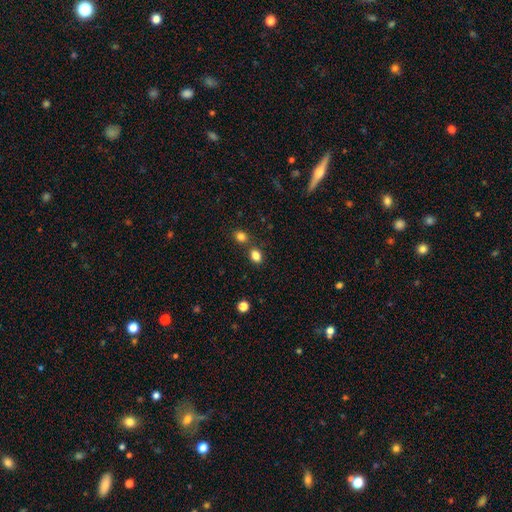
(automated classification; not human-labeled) Smooth or featured? smooth (84%)
How rounded? in between (69%)
Merging? none (69%)